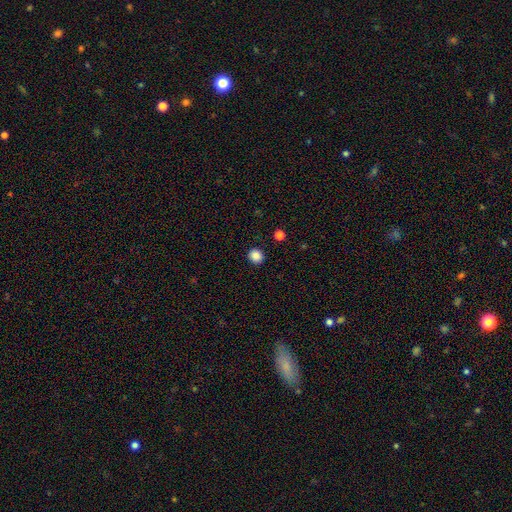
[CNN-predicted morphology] Overall: smooth (86%). How rounded: round (85%). Merging: none (91%).